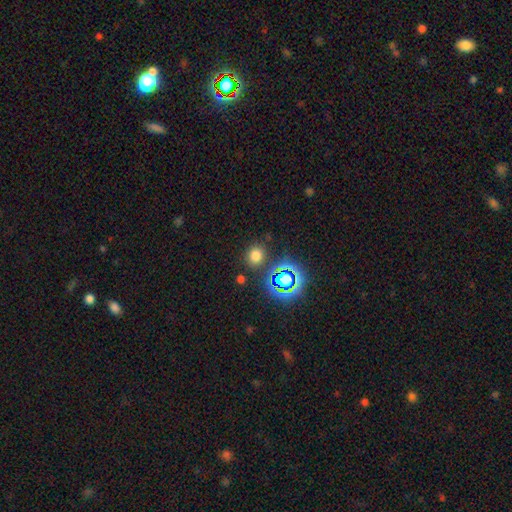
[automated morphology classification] Smooth or featured?
  - smooth: 69% *
  - star or artifact: 25%
  - featured or disk: 6%
How rounded?
  - round: 72% *
  - in between: 26%
  - cigar-shaped: 1%
Merging?
  - none: 84% *
  - minor disturbance: 9%
  - merger: 4%
  - major disturbance: 3%